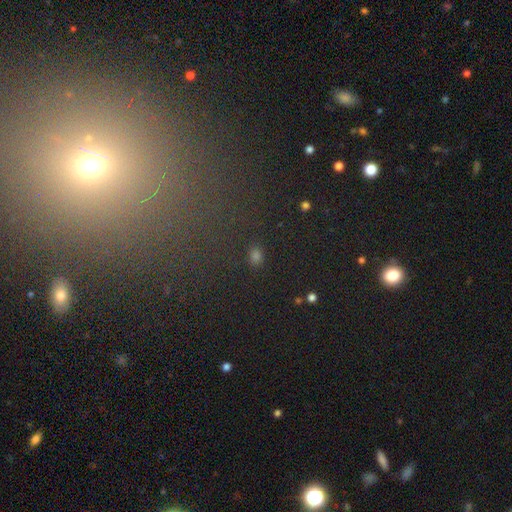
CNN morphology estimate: This appears to be a smooth galaxy with no disk features (66%) that is in between round and cigar-shaped (58%). Merging: none (88%).